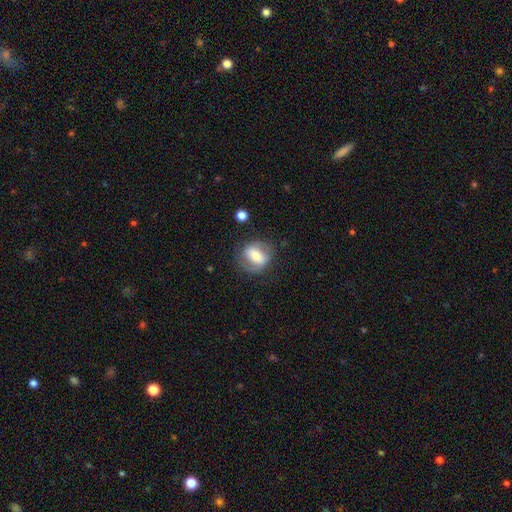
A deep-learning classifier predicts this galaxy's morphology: smooth-or-featured: smooth: 47% | featured or disk: 46% | star or artifact: 7%
  merging: none: 70% | minor disturbance: 18% | major disturbance: 10% | merger: 2%